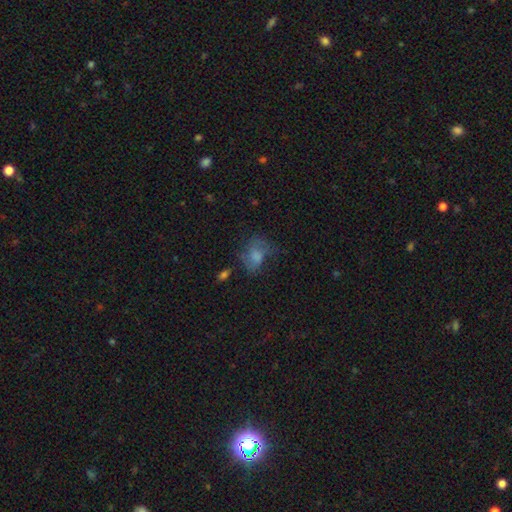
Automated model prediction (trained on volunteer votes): smooth-or-featured: smooth: 58% | featured or disk: 29% | star or artifact: 13%
  how-rounded: in between: 69% | round: 29% | cigar-shaped: 2%
  merging: none: 38% | major disturbance: 31% | minor disturbance: 27% | merger: 4%